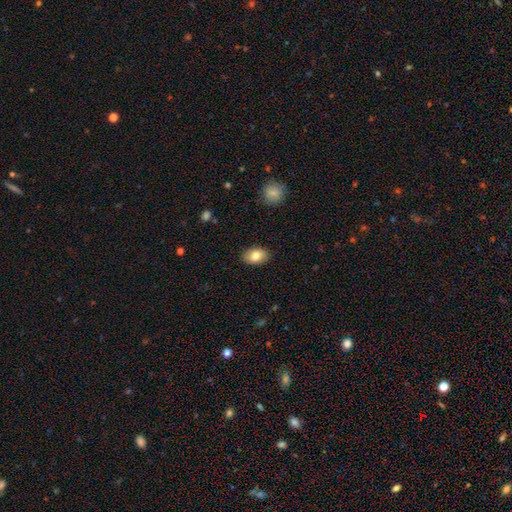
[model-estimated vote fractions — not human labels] This appears to be a smooth galaxy with no disk features (82%) that is in between round and cigar-shaped (87%). Merging: none (88%).